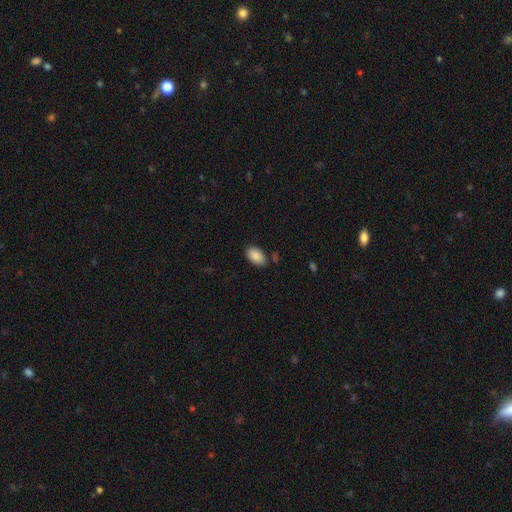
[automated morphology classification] Q: Smooth or featured?
A: smooth (88%); runner-up: star or artifact (7%)
Q: How rounded?
A: in between (92%); runner-up: round (7%)
Q: Merging?
A: none (82%); runner-up: minor disturbance (13%)